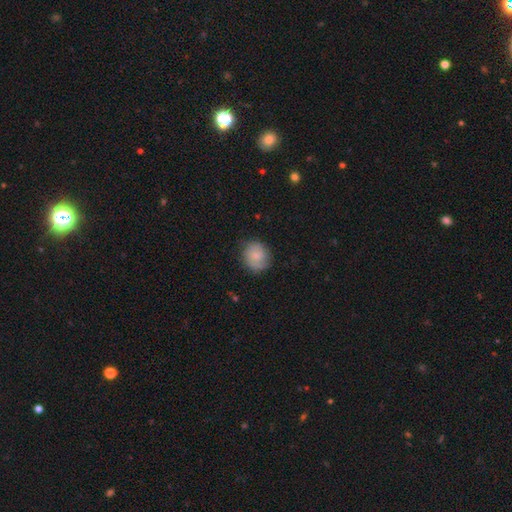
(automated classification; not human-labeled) smooth-or-featured: smooth: 66% | featured or disk: 26% | star or artifact: 8%
  how-rounded: round: 77% | in between: 22% | cigar-shaped: 1%
  merging: none: 73% | minor disturbance: 20% | major disturbance: 6% | merger: 1%